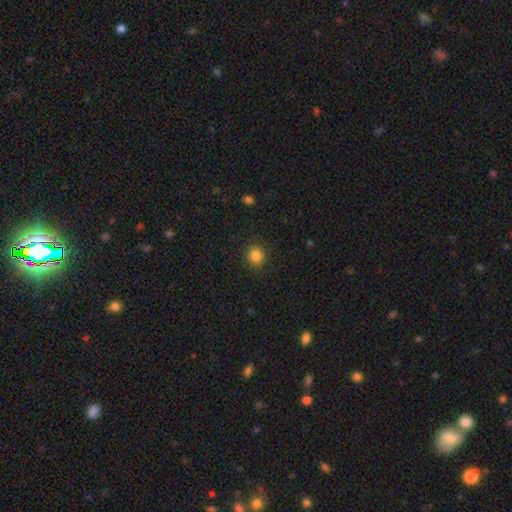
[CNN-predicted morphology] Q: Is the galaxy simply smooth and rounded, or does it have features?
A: smooth — 84%.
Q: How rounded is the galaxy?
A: round — 86%.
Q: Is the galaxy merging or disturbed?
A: none — 89%.